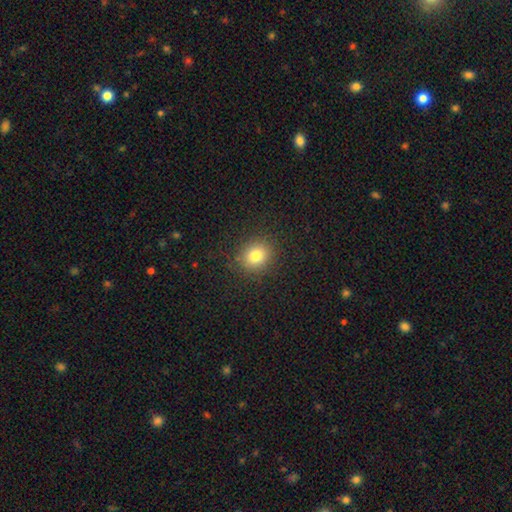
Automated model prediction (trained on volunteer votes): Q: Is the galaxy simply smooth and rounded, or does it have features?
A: smooth — 79%.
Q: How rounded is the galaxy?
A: round — 73%.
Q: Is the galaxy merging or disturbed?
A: none — 88%.